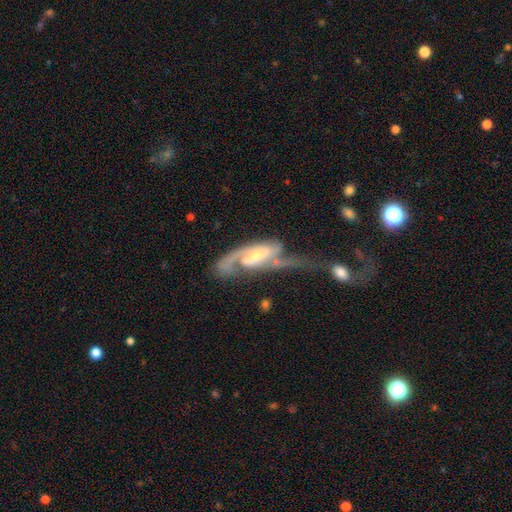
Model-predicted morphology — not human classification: A featured or disk galaxy (86%) with a weak bar (42%), 2 (74%) medium (45%) spiral arms (95%) and a moderate central bulge (48%).

Vote fractions:
- Smooth or featured? featured or disk: 86% / smooth: 9% / star or artifact: 5%
- Edge-on disk? no: 93% / yes: 7%
- Bar? weak: 42% / no: 31% / strong: 27%
- Spiral arms? yes: 95% / no: 5%
- Spiral winding? medium: 45% / loose: 29% / tight: 26%
- Spiral arm count? 2: 74% / 1: 14% / can't tell: 6% / 3: 3% / 4: 1% / more than 4: 1%
- Bulge size? moderate: 48% / small: 44% / large: 4% / none: 2% / dominant: 1%
- Merging? none: 33% / major disturbance: 30% / merger: 19% / minor disturbance: 18%